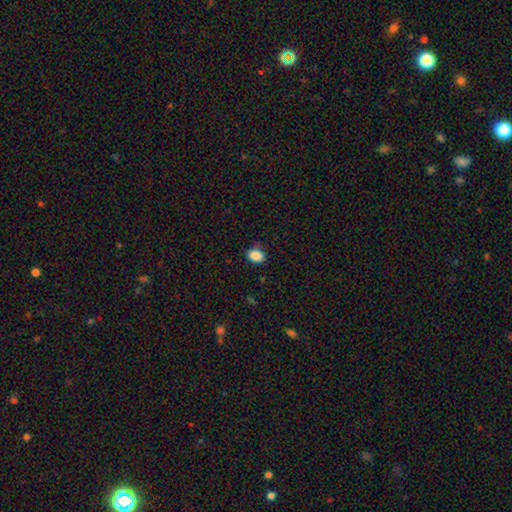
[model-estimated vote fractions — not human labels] Smooth or featured: smooth — 88% (star or artifact — 9%)
How rounded: in between — 78% (round — 21%)
Merging: none — 79% (minor disturbance — 16%)